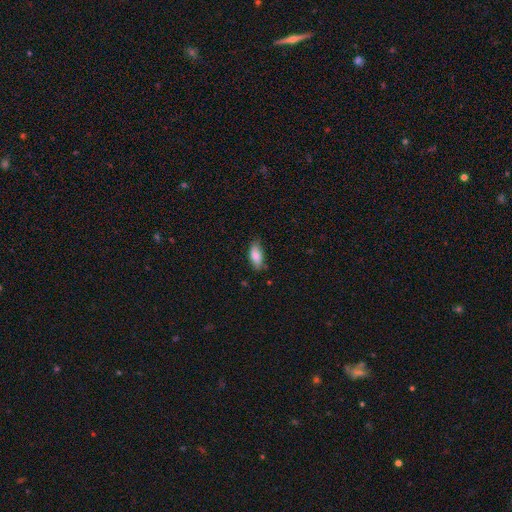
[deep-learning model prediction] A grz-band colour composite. It shows a smooth galaxy with no disk features (84%) that is in between round and cigar-shaped (85%). Merging: none (74%).